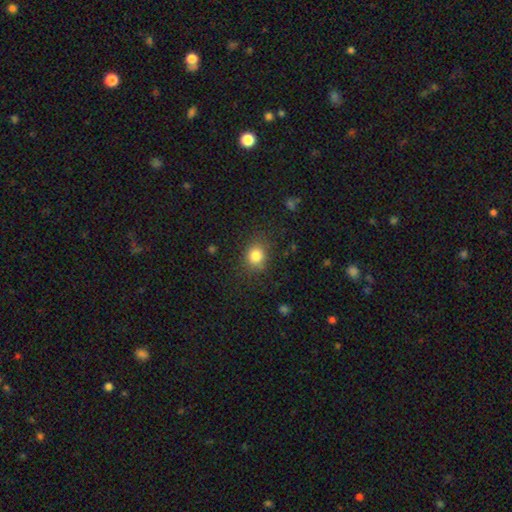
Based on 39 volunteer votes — Q: Smooth or featured?
A: smooth (82%); runner-up: star or artifact (10%)
Q: How rounded?
A: round (81%); runner-up: in between (19%)
Q: Merging?
A: none (83%); runner-up: minor disturbance (9%)